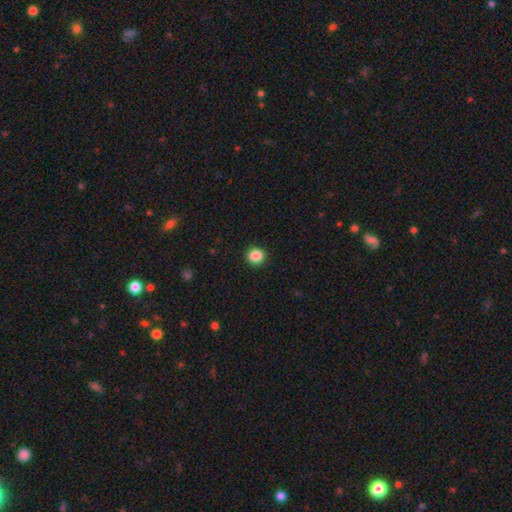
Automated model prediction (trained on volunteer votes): smooth_or_featured: smooth (p=0.87) [alt: star or artifact p=0.10]
how_rounded: round (p=0.92) [alt: in between p=0.07]
merging: none (p=0.93) [alt: minor disturbance p=0.05]